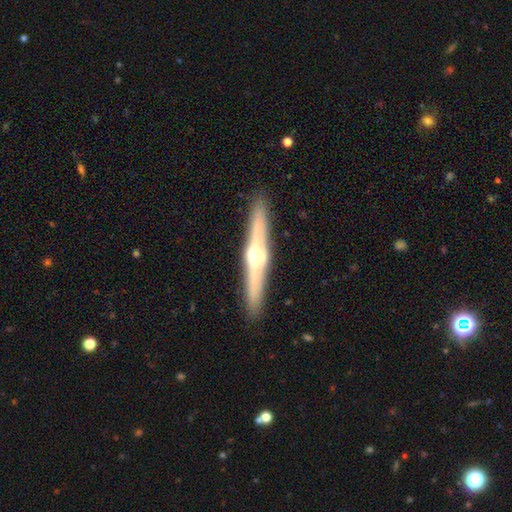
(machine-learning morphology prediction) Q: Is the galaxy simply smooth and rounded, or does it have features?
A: featured or disk — 73%.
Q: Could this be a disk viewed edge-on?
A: yes — 97%.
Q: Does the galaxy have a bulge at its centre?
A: rounded — 92%.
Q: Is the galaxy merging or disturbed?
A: none — 91%.